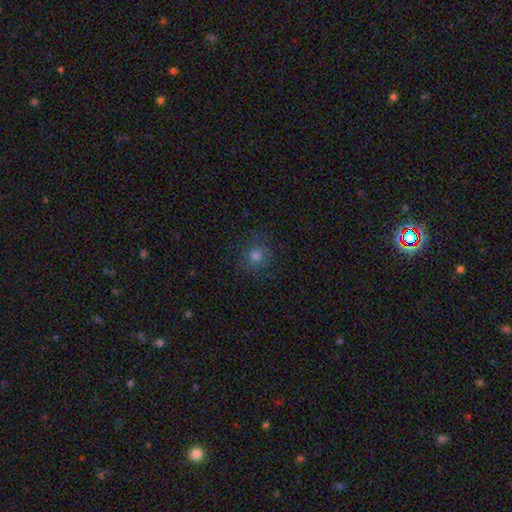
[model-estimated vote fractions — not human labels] Q: Smooth or featured?
A: smooth (72%); runner-up: star or artifact (18%)
Q: How rounded?
A: round (89%); runner-up: in between (10%)
Q: Merging?
A: none (85%); runner-up: minor disturbance (10%)